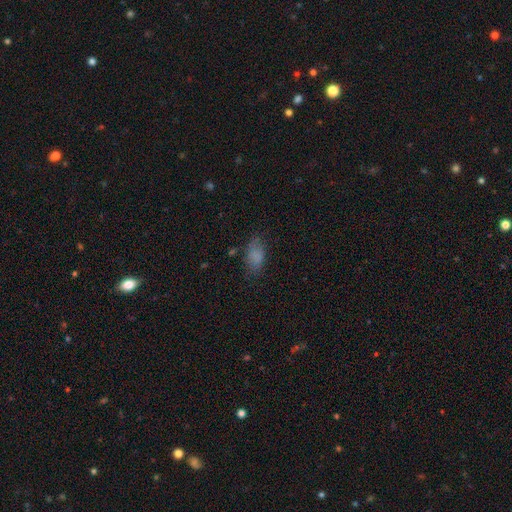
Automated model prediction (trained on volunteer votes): Smooth or featured: smooth — 80% (star or artifact — 10%)
How rounded: in between — 90% (round — 5%)
Merging: none — 66% (minor disturbance — 23%)